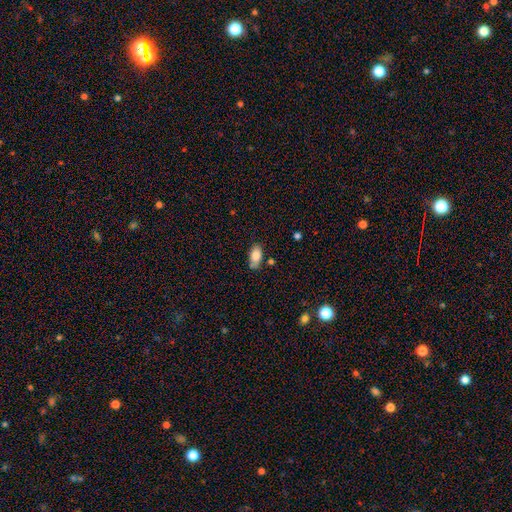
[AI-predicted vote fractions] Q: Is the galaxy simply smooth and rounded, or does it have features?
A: smooth — 82%.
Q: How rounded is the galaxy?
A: in between — 92%.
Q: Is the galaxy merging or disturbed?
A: none — 72%.